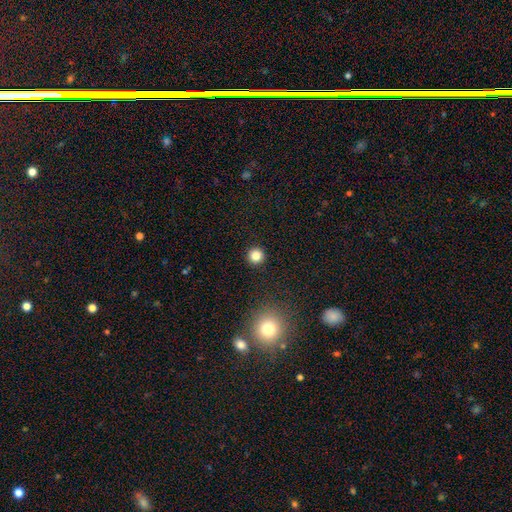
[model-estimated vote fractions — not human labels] Smooth or featured: smooth — 83% (star or artifact — 12%)
How rounded: round — 96% (in between — 3%)
Merging: none — 93% (minor disturbance — 4%)